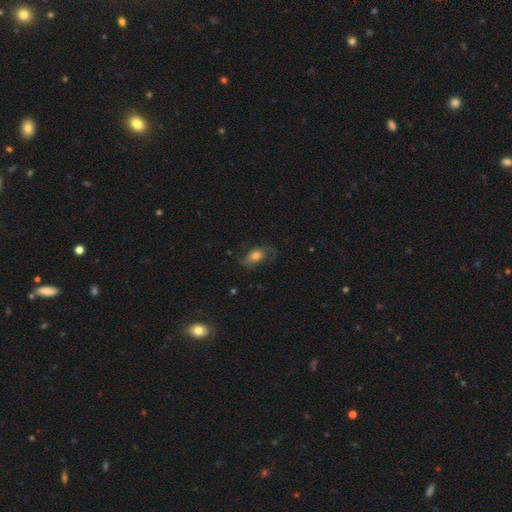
This is possibly a featured or disk galaxy (58%). It is clearly not viewed edge-on (95%). Bar: possibly no (57%). Spiral arm pattern: clearly yes (95%). Spiral arm count: clearly 2 (95%). Spiral winding: possibly loose (50%). Central bulge: marginally large (33%, tied with moderate). Merging: likely none (62%).